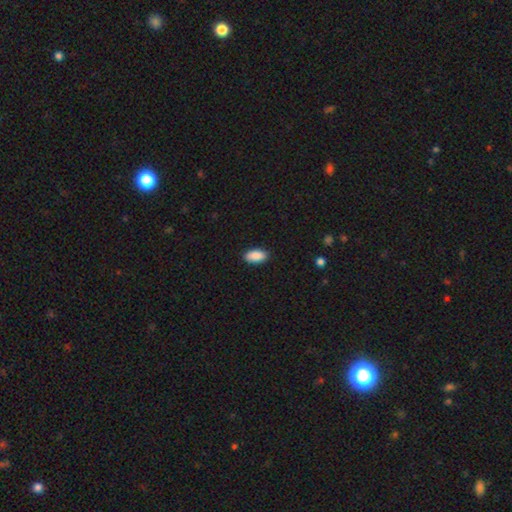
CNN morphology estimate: A smooth galaxy with no disk features (90%) that is in between round and cigar-shaped (93%). Merging: none (89%).